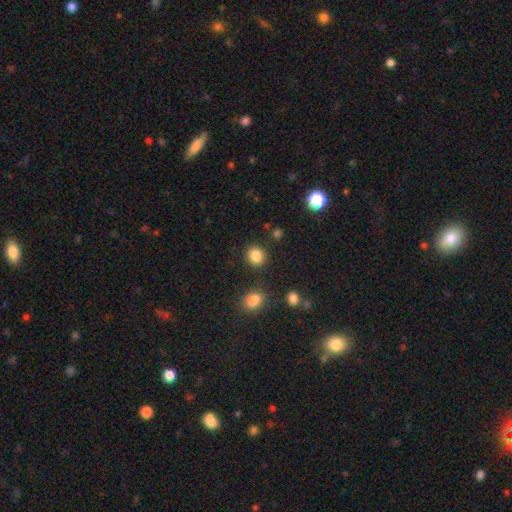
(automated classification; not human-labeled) Smooth or featured?
  - smooth: 85% *
  - star or artifact: 11%
  - featured or disk: 4%
How rounded?
  - round: 81% *
  - in between: 19%
  - cigar-shaped: 1%
Merging?
  - none: 86% *
  - minor disturbance: 7%
  - merger: 3%
  - major disturbance: 3%